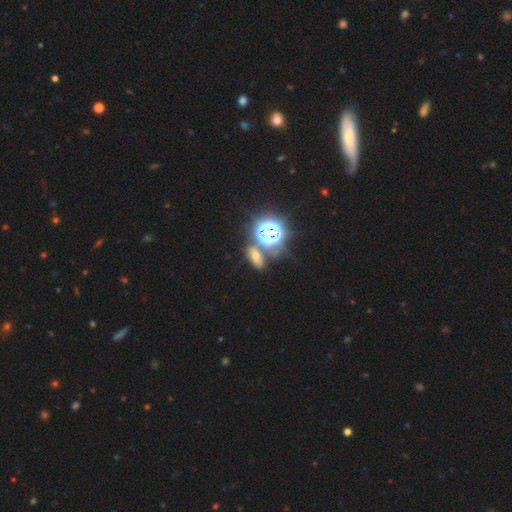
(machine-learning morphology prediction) The model was most divided on "smooth or featured" (2-way tie): star or artifact: 43%, smooth: 43%, featured or disk: 14%.